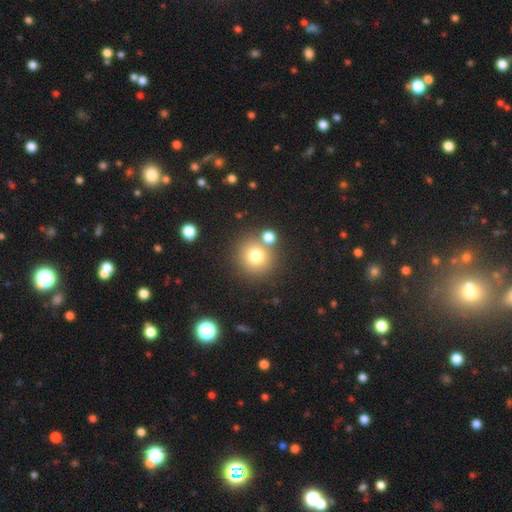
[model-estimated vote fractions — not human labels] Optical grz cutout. It shows a smooth galaxy with no disk features (75%) that is round (92%). Merging: none (76%).